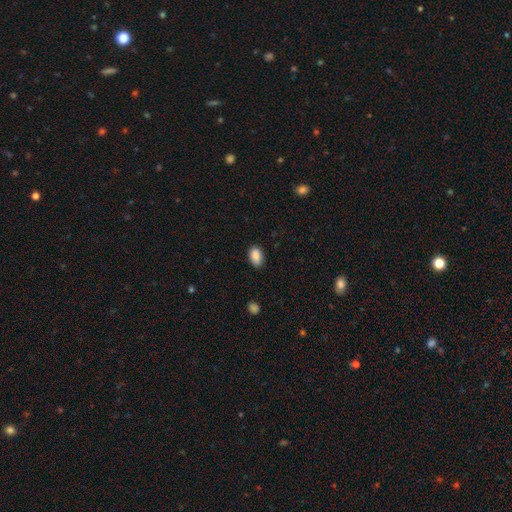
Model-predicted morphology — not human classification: type=smooth (89%); roundness=in between (91%); merging=none (86%).